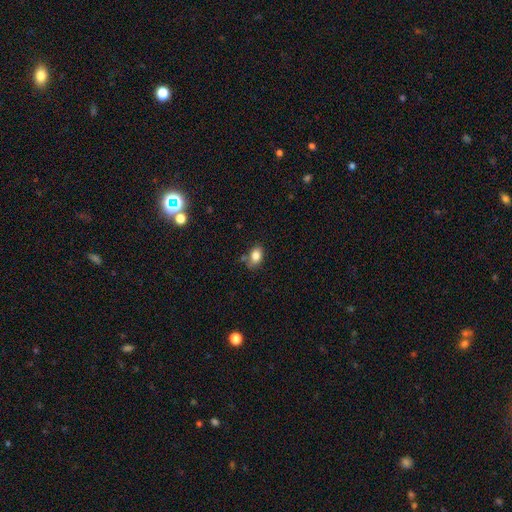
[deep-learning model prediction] smooth-or-featured: smooth: 83% | star or artifact: 9% | featured or disk: 8%
  how-rounded: in between: 82% | round: 17% | cigar-shaped: 2%
  merging: none: 64% | minor disturbance: 22% | merger: 9% | major disturbance: 5%